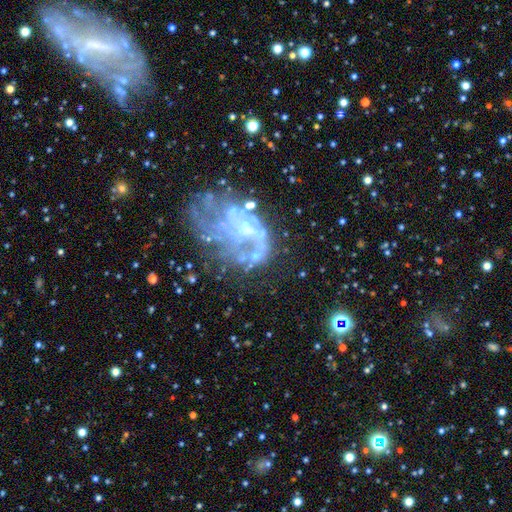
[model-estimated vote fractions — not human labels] smooth_or_featured: featured or disk (p=0.66) [alt: star or artifact p=0.20]
disk_edge_on: no (p=0.98) [alt: yes p=0.02]
bar: no (p=0.83) [alt: weak p=0.13]
has_spiral_arms: no (p=0.70) [alt: yes p=0.30]
bulge_size: none (p=0.55) [alt: small p=0.28]
merging: major disturbance (p=0.35) [alt: none p=0.33]